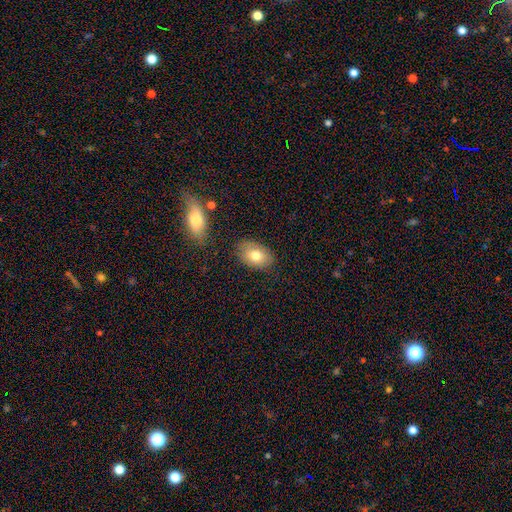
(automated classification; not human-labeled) Q: Smooth or featured?
A: smooth (76%); runner-up: featured or disk (16%)
Q: How rounded?
A: in between (86%); runner-up: round (13%)
Q: Merging?
A: none (81%); runner-up: minor disturbance (14%)